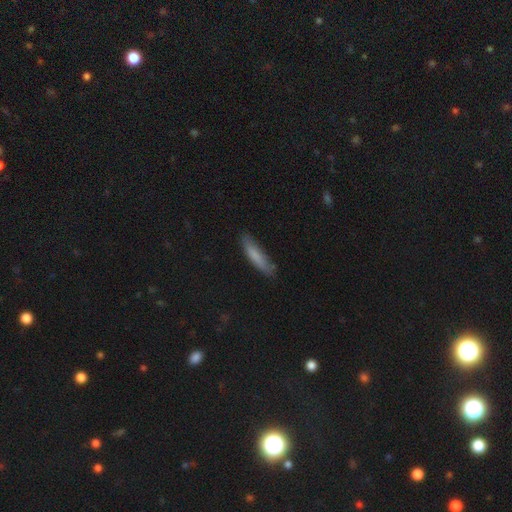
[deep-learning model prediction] Smooth or featured?
  - smooth: 79% *
  - featured or disk: 15%
  - star or artifact: 6%
How rounded?
  - cigar-shaped: 81% *
  - in between: 18%
  - round: 1%
Merging?
  - none: 77% *
  - minor disturbance: 18%
  - major disturbance: 3%
  - merger: 2%